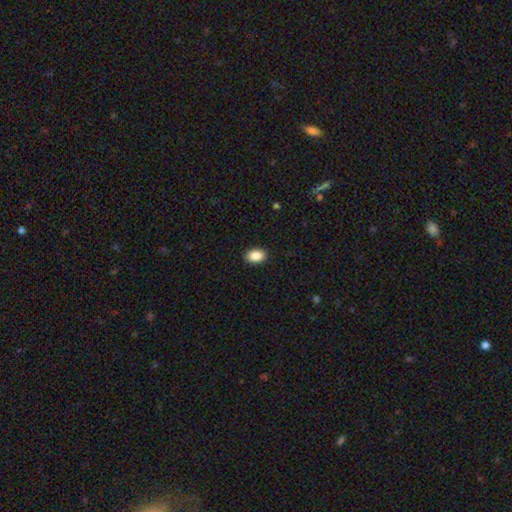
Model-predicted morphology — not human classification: smooth_or_featured: smooth (p=0.89) [alt: star or artifact p=0.08]
how_rounded: in between (p=0.85) [alt: round p=0.14]
merging: none (p=0.90) [alt: minor disturbance p=0.07]